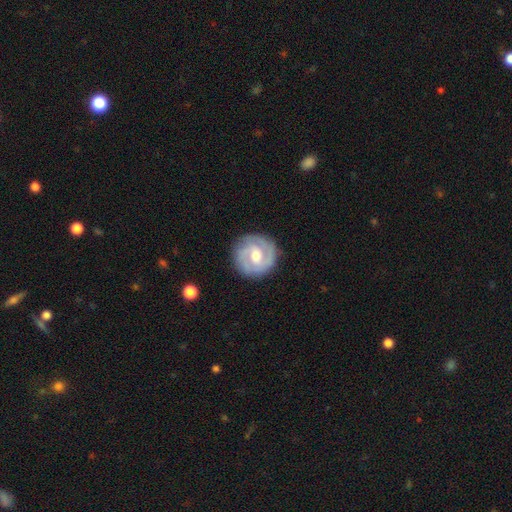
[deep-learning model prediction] Q: Smooth or featured?
A: featured or disk (81%); runner-up: smooth (15%)
Q: Edge-on disk?
A: no (98%); runner-up: yes (2%)
Q: Bar?
A: weak (52%); runner-up: no (35%)
Q: Spiral arms?
A: yes (94%); runner-up: no (6%)
Q: Spiral winding?
A: tight (57%); runner-up: medium (35%)
Q: Spiral arm count?
A: 2 (60%); runner-up: 3 (17%)
Q: Bulge size?
A: moderate (71%); runner-up: small (21%)
Q: Merging?
A: none (85%); runner-up: minor disturbance (10%)